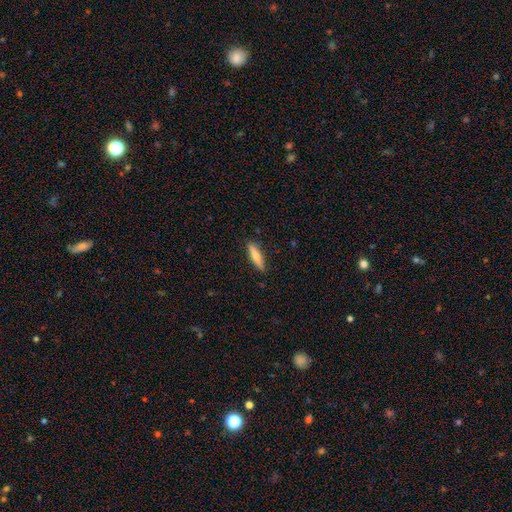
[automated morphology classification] smooth-or-featured: smooth: 63% | featured or disk: 31% | star or artifact: 6%
  how-rounded: cigar-shaped: 79% | in between: 19% | round: 2%
  merging: none: 86% | minor disturbance: 10% | major disturbance: 2% | merger: 1%